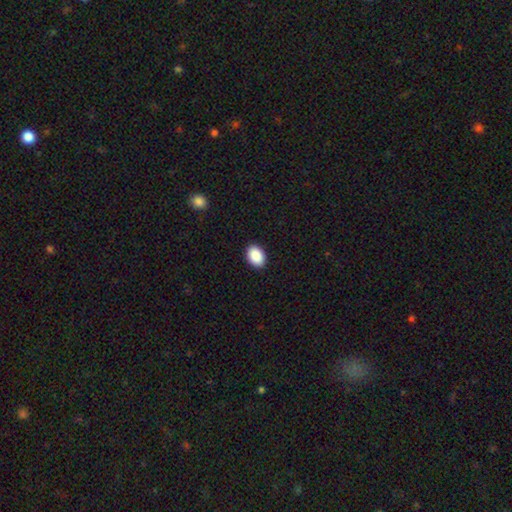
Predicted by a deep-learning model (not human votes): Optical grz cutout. It shows a smooth galaxy with no disk features (91%) that is in between round and cigar-shaped (83%). Merging: none (91%).